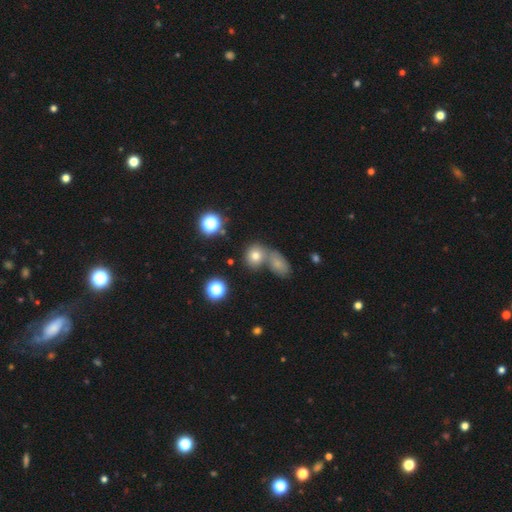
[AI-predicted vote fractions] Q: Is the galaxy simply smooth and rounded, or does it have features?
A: smooth — 72%.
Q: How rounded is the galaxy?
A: round — 74%.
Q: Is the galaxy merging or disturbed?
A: none — 48%.